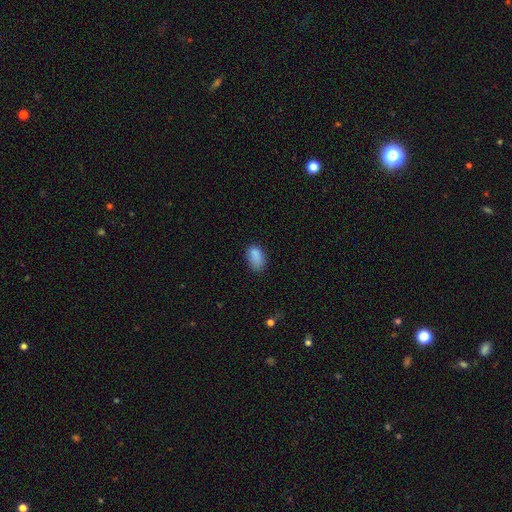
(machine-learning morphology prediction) type=smooth (86%); roundness=in between (90%); merging=none (68%).